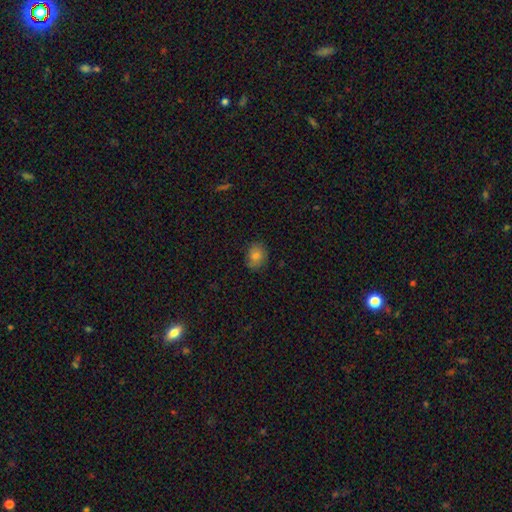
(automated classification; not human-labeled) smooth-or-featured: smooth: 79% | star or artifact: 12% | featured or disk: 9%
  how-rounded: in between: 53% | round: 46% | cigar-shaped: 1%
  merging: none: 81% | minor disturbance: 16% | major disturbance: 3% | merger: 1%